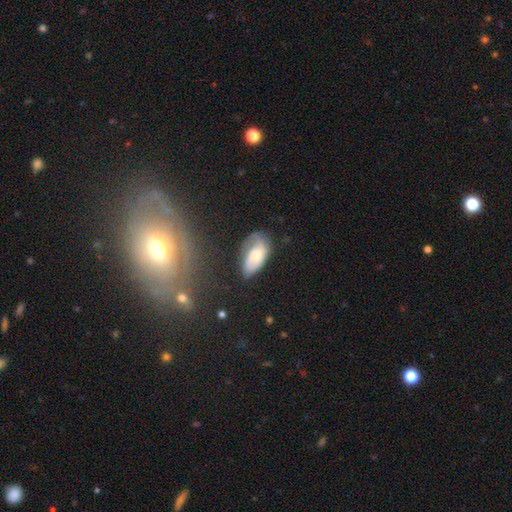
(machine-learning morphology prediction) Q: Smooth or featured?
A: featured or disk (50%); runner-up: smooth (43%)
Q: Merging?
A: none (55%); runner-up: minor disturbance (30%)